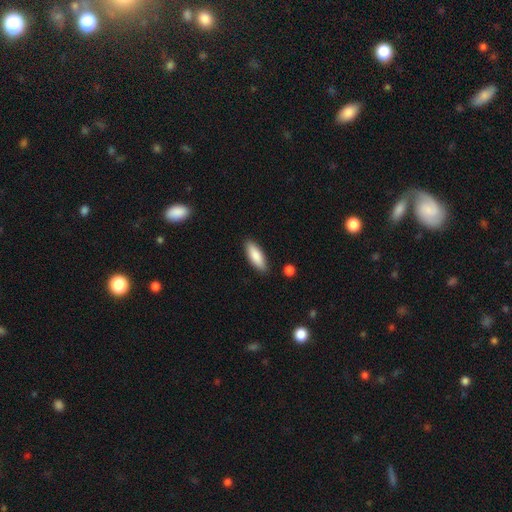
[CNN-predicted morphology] Smooth or featured: smooth — 86% (featured or disk — 8%)
How rounded: in between — 66% (cigar-shaped — 33%)
Merging: none — 86% (minor disturbance — 10%)